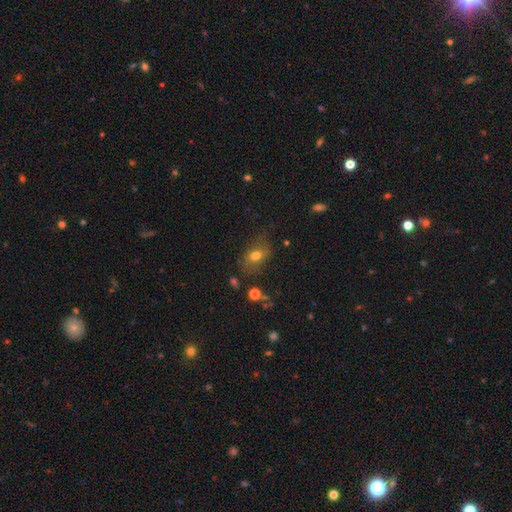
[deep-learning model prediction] Smooth or featured?
  - smooth: 69% *
  - featured or disk: 19%
  - star or artifact: 13%
How rounded?
  - in between: 76% *
  - round: 22%
  - cigar-shaped: 2%
Merging?
  - none: 64% *
  - minor disturbance: 22%
  - major disturbance: 10%
  - merger: 4%